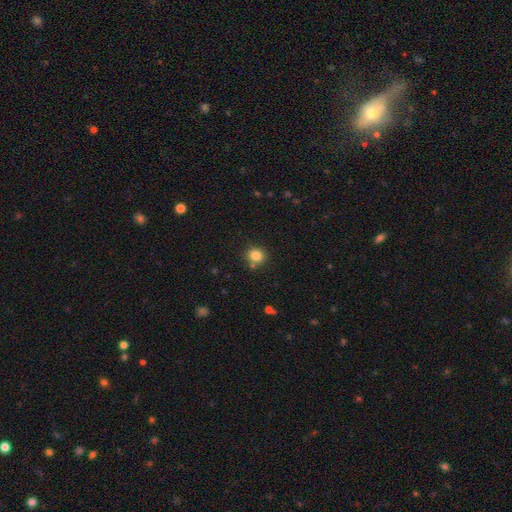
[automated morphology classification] type=smooth (83%); roundness=round (86%); merging=none (78%).